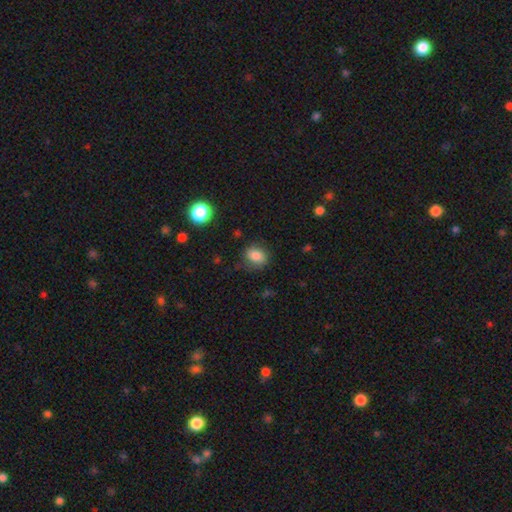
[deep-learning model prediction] smooth 80%, star or artifact 10%, featured or disk 10%. Down the decision tree: how rounded — in between (54%); merging — none (70%).